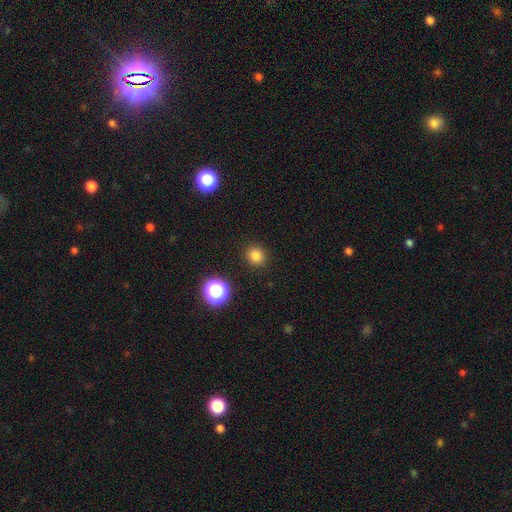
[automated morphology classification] smooth 80%, star or artifact 15%, featured or disk 5%. Down the decision tree: how rounded — round (84%); merging — none (90%).